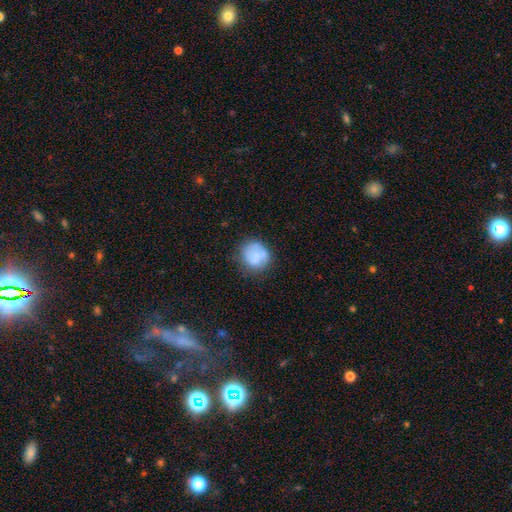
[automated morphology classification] Smooth or featured: smooth — 75% (featured or disk — 17%)
How rounded: round — 80% (in between — 19%)
Merging: none — 60% (minor disturbance — 26%)